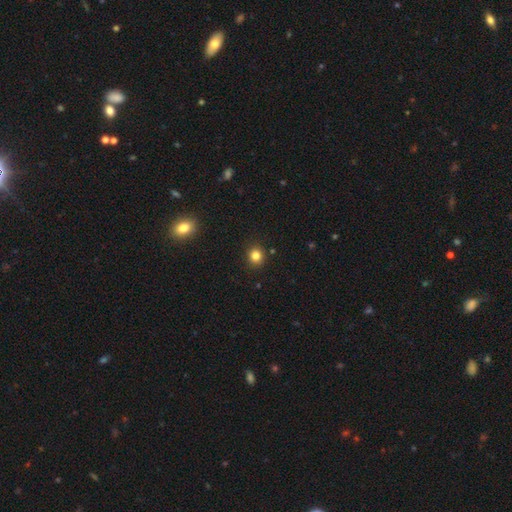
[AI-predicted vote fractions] A smooth galaxy with no disk features (82%) that is round (86%). Merging: none (91%).